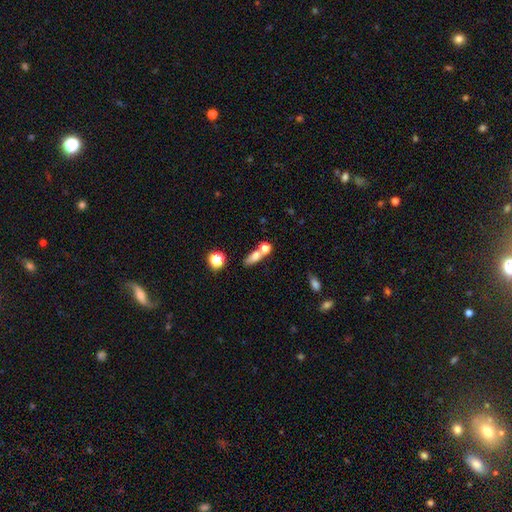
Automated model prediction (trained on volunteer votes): Smooth or featured: smooth — 69% (featured or disk — 18%)
How rounded: in between — 54% (cigar-shaped — 26%)
Merging: none — 47% (merger — 35%)